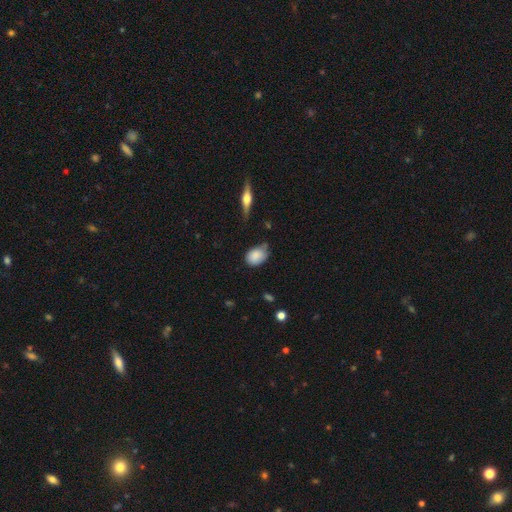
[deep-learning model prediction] smooth 83%, featured or disk 10%, star or artifact 8%. Down the decision tree: how rounded — in between (76%); merging — none (49%).